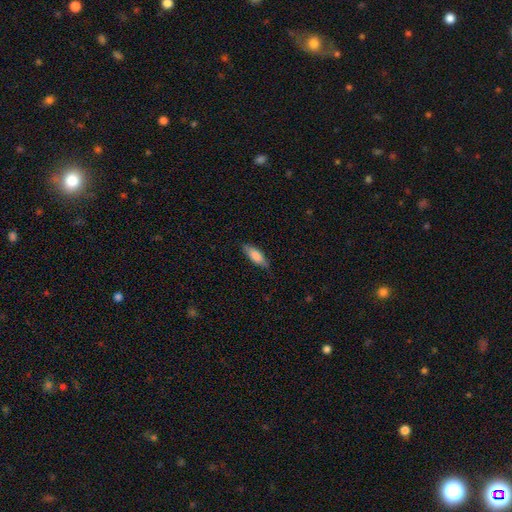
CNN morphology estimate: This is likely a smooth galaxy (78%). How rounded: likely in between (65%). Merging: likely none (79%).